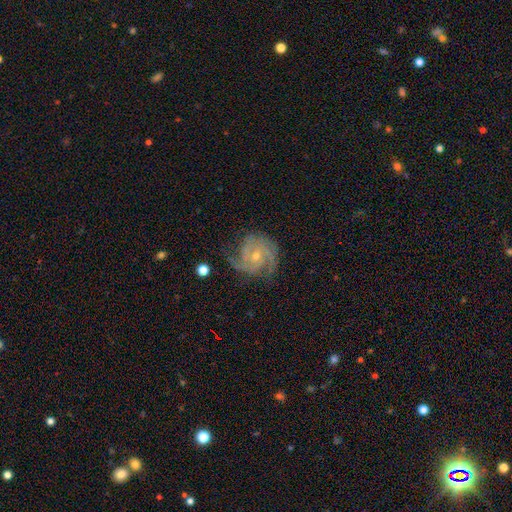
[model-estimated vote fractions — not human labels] The model was most divided on "spiral winding": tight: 46%, medium: 41%, loose: 13%. Remaining: edge-on disk — no (98%); spiral arms — yes (96%); smooth or featured — featured or disk (85%); bar — no (68%); merging — none (65%); bulge size — small (62%); spiral arm count — 3 (33%).